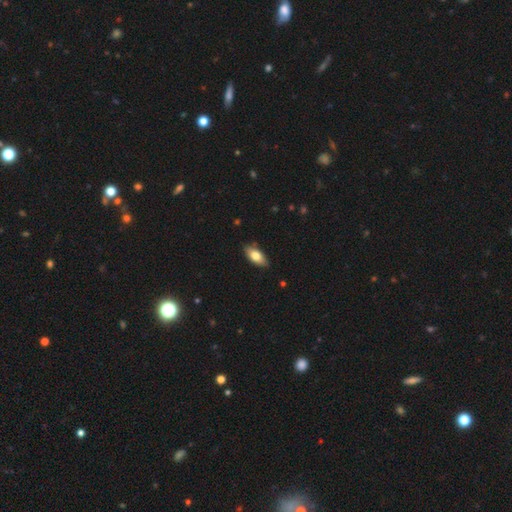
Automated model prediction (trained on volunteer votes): A smooth galaxy with no disk features (77%) that is in between round and cigar-shaped (87%).

Vote fractions:
- Smooth or featured? smooth: 77% / featured or disk: 16% / star or artifact: 6%
- How rounded? in between: 87% / cigar-shaped: 10% / round: 3%
- Merging? none: 84% / minor disturbance: 13% / major disturbance: 2% / merger: 1%